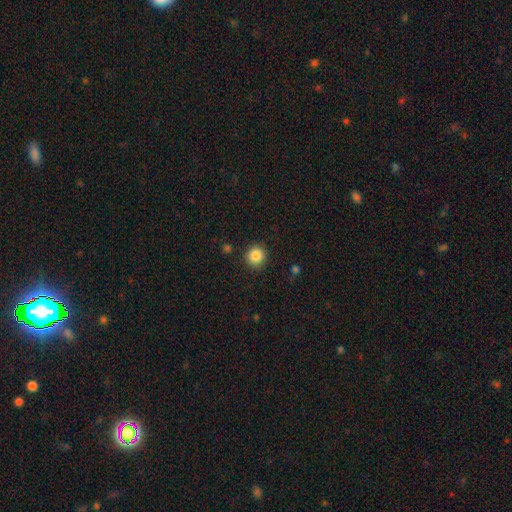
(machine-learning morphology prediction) This appears to be a smooth galaxy with no disk features (86%) that is round (93%). Merging: none (90%).